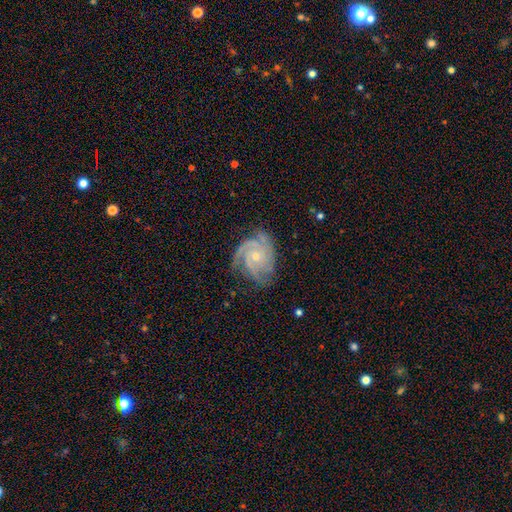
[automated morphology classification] Q: Smooth or featured?
A: featured or disk (90%); runner-up: smooth (5%)
Q: Edge-on disk?
A: no (98%); runner-up: yes (2%)
Q: Bar?
A: no (74%); runner-up: weak (22%)
Q: Spiral arms?
A: yes (98%); runner-up: no (2%)
Q: Spiral winding?
A: tight (66%); runner-up: medium (30%)
Q: Spiral arm count?
A: 3 (52%); runner-up: 2 (16%)
Q: Bulge size?
A: small (61%); runner-up: moderate (35%)
Q: Merging?
A: none (70%); runner-up: minor disturbance (21%)